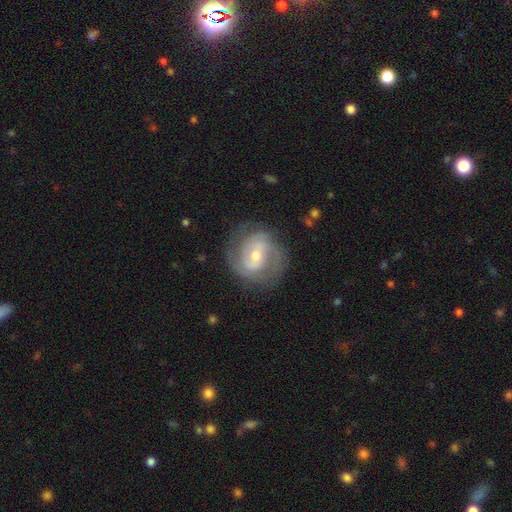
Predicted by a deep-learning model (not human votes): A featured or disk galaxy (81%) with a weak bar (48%), 2 (62%) tight (44%) spiral arms (92%) and a moderate central bulge (49%). Merging: none (77%).